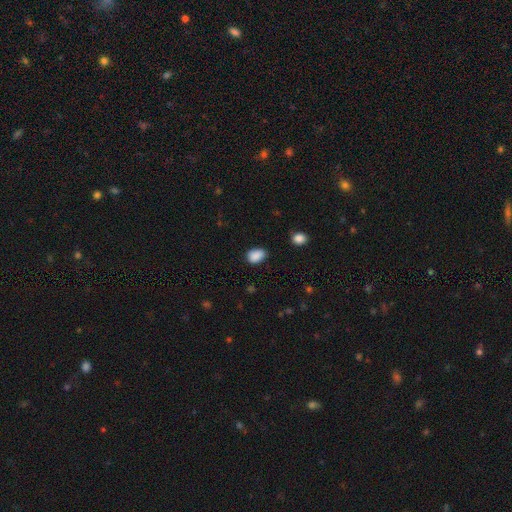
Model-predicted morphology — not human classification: Smooth or featured? smooth (88%)
How rounded? in between (82%)
Merging? none (75%)